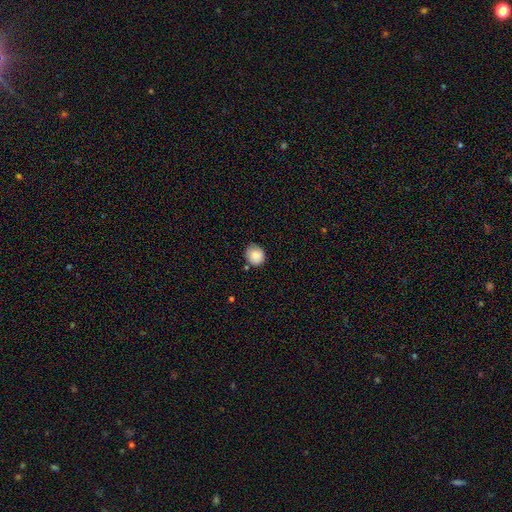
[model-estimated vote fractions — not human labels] smooth-or-featured: smooth: 85% | star or artifact: 8% | featured or disk: 7%
  how-rounded: round: 77% | in between: 23% | cigar-shaped: 1%
  merging: none: 72% | minor disturbance: 21% | merger: 4% | major disturbance: 4%